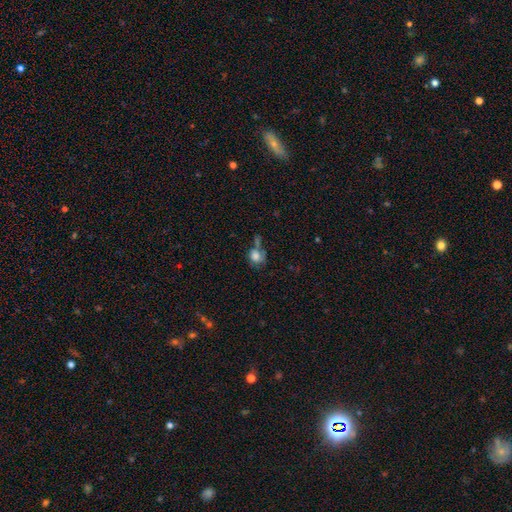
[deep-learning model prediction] Morphology: type=smooth (78%); roundness=round (63%); merging=none (35%).